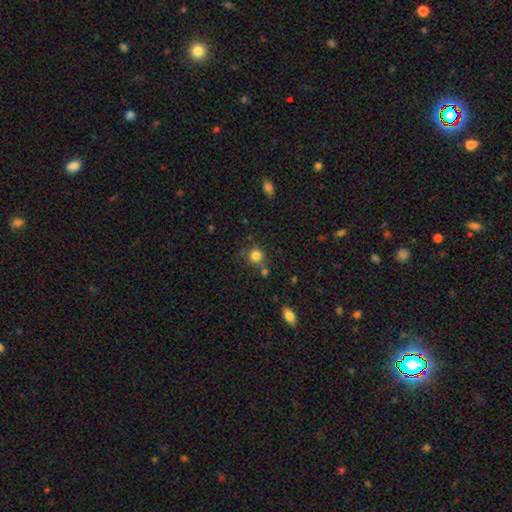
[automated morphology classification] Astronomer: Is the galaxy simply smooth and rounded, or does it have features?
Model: smooth — 81%.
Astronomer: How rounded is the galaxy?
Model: round — 89%.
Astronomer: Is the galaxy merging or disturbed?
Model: none — 68%.